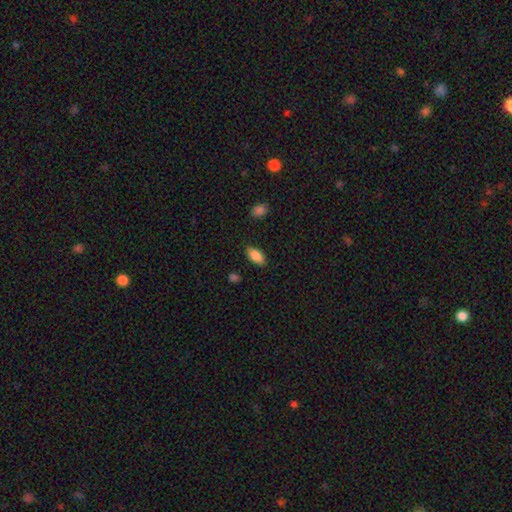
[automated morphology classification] A smooth galaxy with no disk features (85%) that is in between round and cigar-shaped (91%). Merging: none (85%).